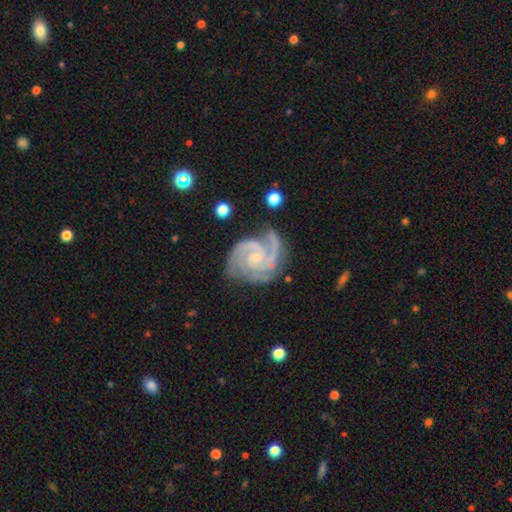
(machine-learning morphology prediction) A featured or disk galaxy (92%) with no bar (65%), 3 (49%) tight (62%) spiral arms (99%) and a small central bulge (76%).

Vote fractions:
- Smooth or featured? featured or disk: 92% / star or artifact: 4% / smooth: 3%
- Edge-on disk? no: 98% / yes: 2%
- Bar? no: 65% / weak: 28% / strong: 7%
- Spiral arms? yes: 99% / no: 1%
- Spiral winding? tight: 62% / medium: 35% / loose: 4%
- Spiral arm count? 3: 49% / 2: 30% / 4: 7% / can't tell: 6% / 1: 4% / more than 4: 4%
- Bulge size? small: 76% / moderate: 17% / none: 6% / large: 1% / dominant: 1%
- Merging? none: 71% / minor disturbance: 20% / major disturbance: 7% / merger: 2%